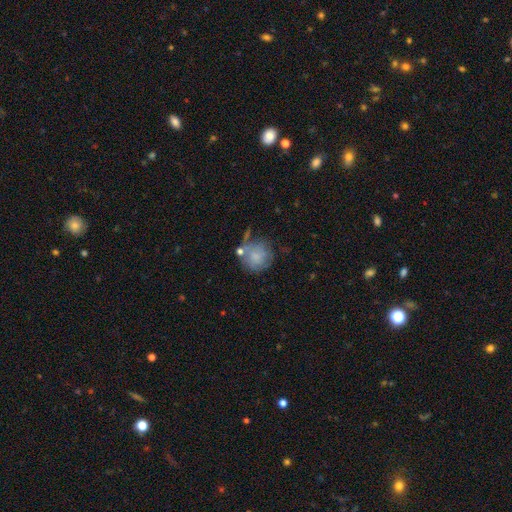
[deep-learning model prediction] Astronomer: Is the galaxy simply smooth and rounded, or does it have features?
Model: smooth — 64%.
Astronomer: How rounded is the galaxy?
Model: round — 84%.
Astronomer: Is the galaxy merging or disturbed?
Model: none — 46% (runner-up: minor disturbance, 25%).